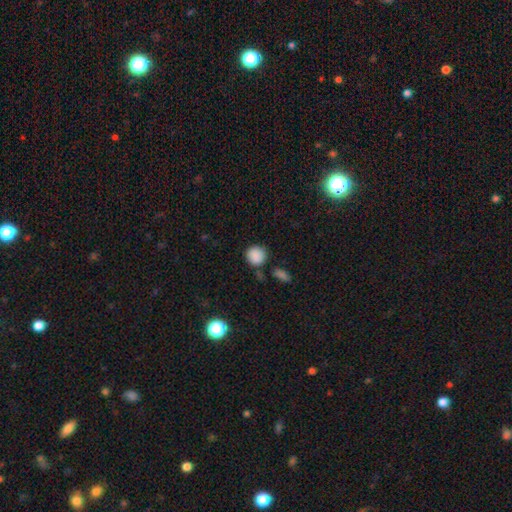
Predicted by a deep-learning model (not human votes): A smooth galaxy with no disk features (87%) that is round (88%). Merging: none (77%).